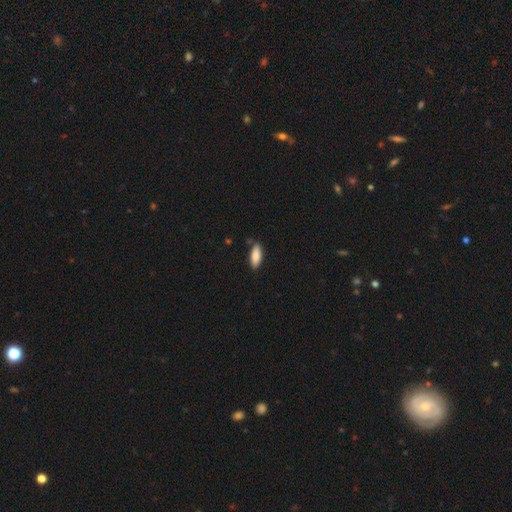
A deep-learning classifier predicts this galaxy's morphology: type=smooth (87%); roundness=in between (75%); merging=none (81%).